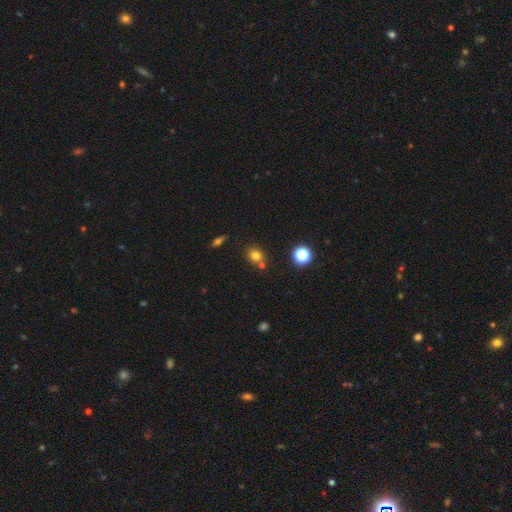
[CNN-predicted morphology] This appears to be a smooth galaxy with no disk features (75%) that is round (70%). Merging: none (68%).